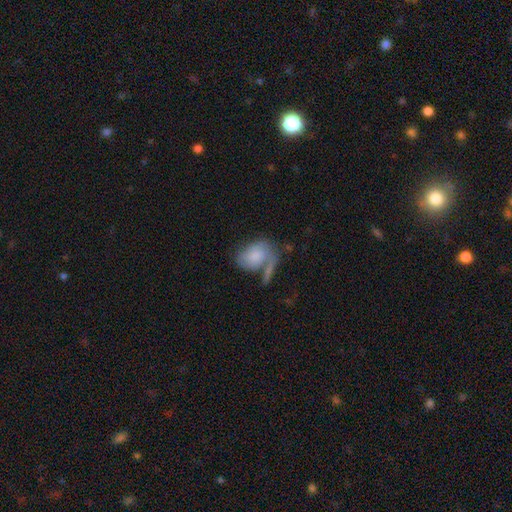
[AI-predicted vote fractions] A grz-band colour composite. It shows a smooth galaxy with no disk features (59%) that is in between round and cigar-shaped (77%). Merging: none (35%).